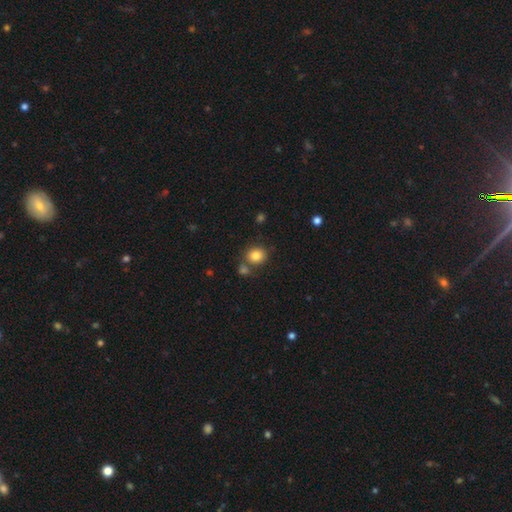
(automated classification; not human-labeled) Q: Smooth or featured?
A: smooth (82%); runner-up: star or artifact (10%)
Q: How rounded?
A: round (73%); runner-up: in between (26%)
Q: Merging?
A: none (69%); runner-up: merger (17%)